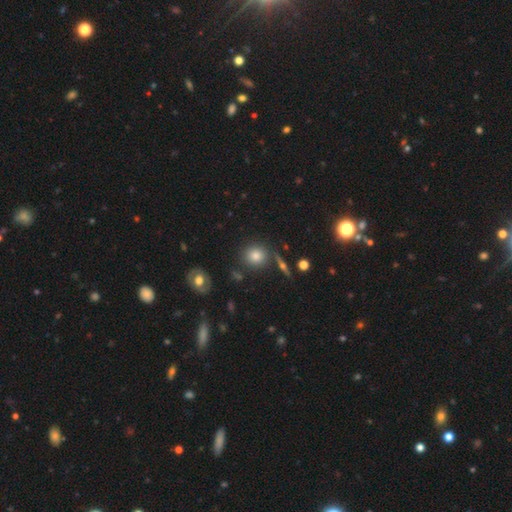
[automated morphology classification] smooth 77%, star or artifact 12%, featured or disk 11%. Down the decision tree: how rounded — round (85%); merging — none (79%).